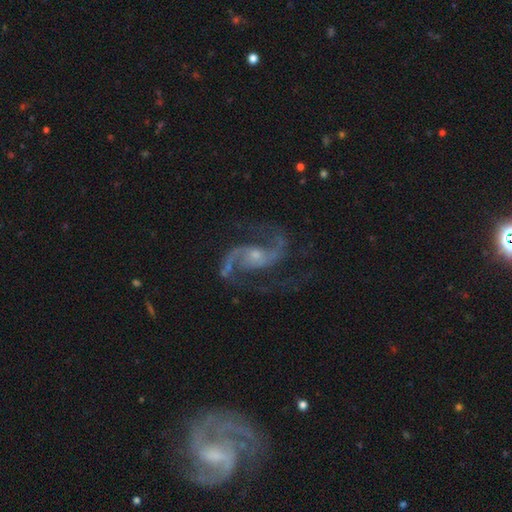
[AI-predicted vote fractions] Morphology: type=featured or disk (91%); edge-on=no (98%); bar=no (47%); spiral arms=yes (98%); winding=medium (52%); arm count=2 (90%); bulge=small (61%); merging=none (73%).